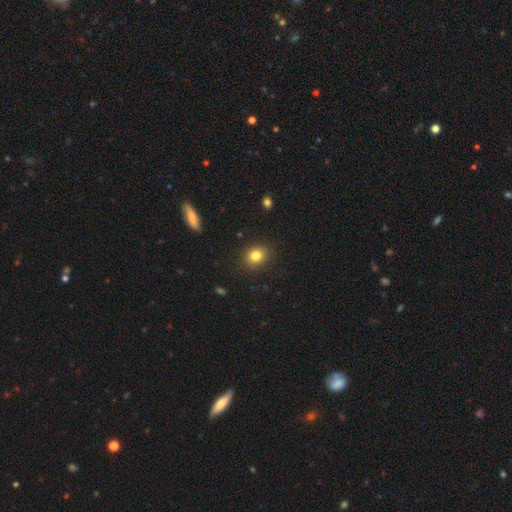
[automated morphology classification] Q: Smooth or featured?
A: smooth (83%); runner-up: star or artifact (11%)
Q: How rounded?
A: round (63%); runner-up: in between (36%)
Q: Merging?
A: none (88%); runner-up: minor disturbance (8%)